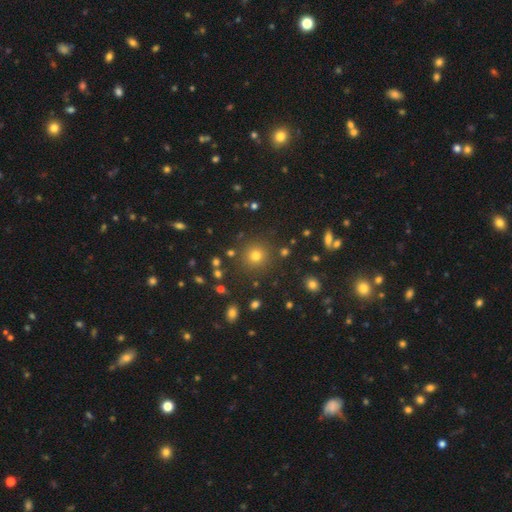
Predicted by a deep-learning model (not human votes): Q: Smooth or featured?
A: smooth (73%); runner-up: star or artifact (20%)
Q: How rounded?
A: round (93%); runner-up: in between (6%)
Q: Merging?
A: none (88%); runner-up: minor disturbance (7%)